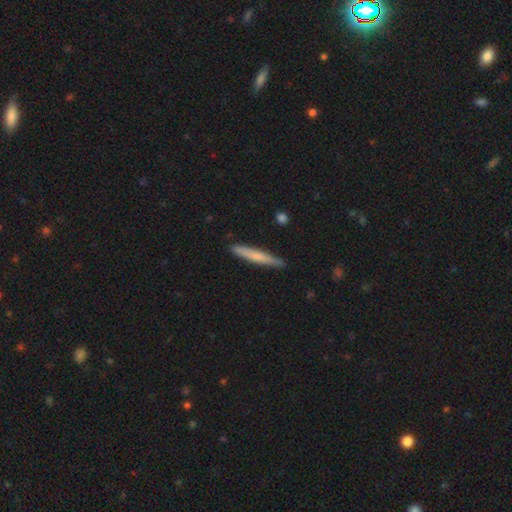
smooth-or-featured: smooth: 54% | featured or disk: 38% | star or artifact: 8%
  how-rounded: cigar-shaped: 95% | round: 5% | in between: 0%
  merging: none: 85% | minor disturbance: 9% | merger: 6% | major disturbance: 0%